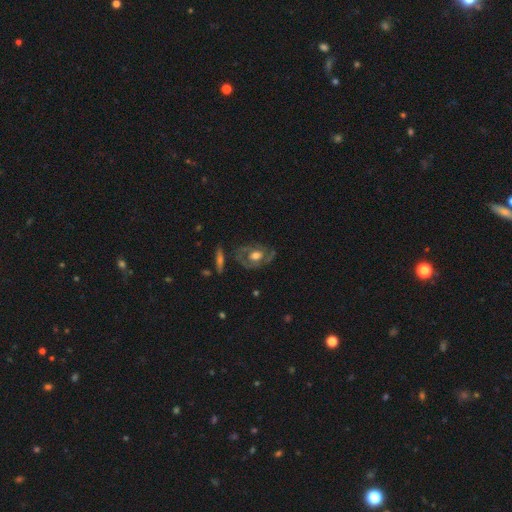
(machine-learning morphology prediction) type=featured or disk (68%); edge-on=no (92%); bar=no (73%); spiral arms=yes (53%); bulge=moderate (60%); merging=none (63%).